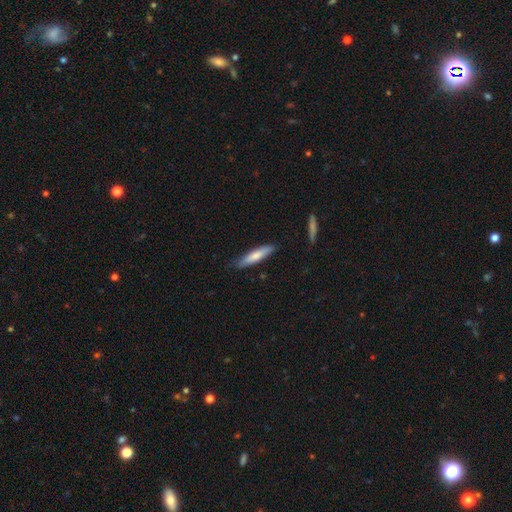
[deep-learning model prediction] A smooth galaxy with no disk features (73%) that is cigar-shaped (82%). Merging: none (83%).